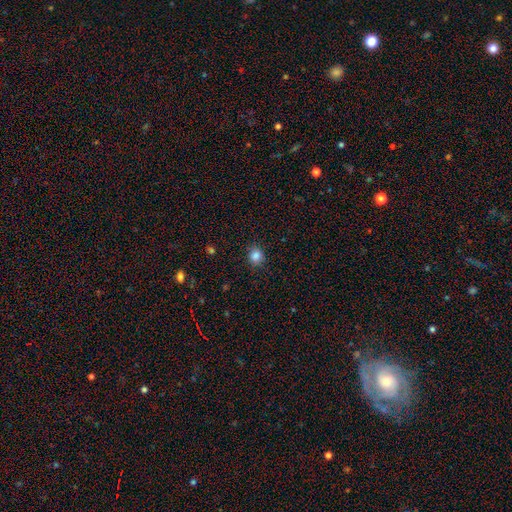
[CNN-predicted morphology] This is clearly a smooth galaxy (84%). How rounded: likely round (77%). Merging: clearly none (87%).